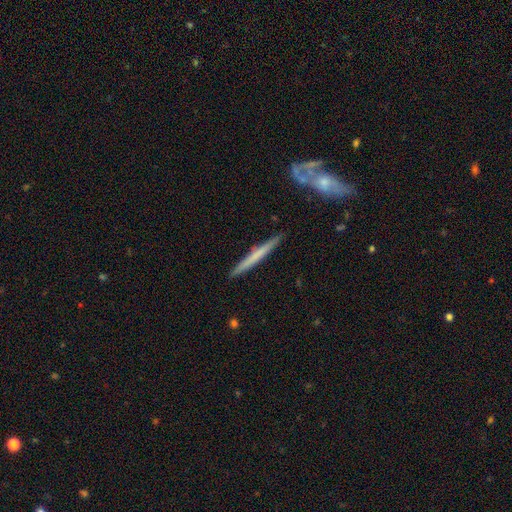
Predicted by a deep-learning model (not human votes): A smooth galaxy with no disk features (52%) that is cigar-shaped (97%).

Vote fractions:
- Smooth or featured? smooth: 52% / featured or disk: 43% / star or artifact: 5%
- How rounded? cigar-shaped: 97% / in between: 2% / round: 1%
- Merging? none: 90% / minor disturbance: 7% / merger: 2% / major disturbance: 1%